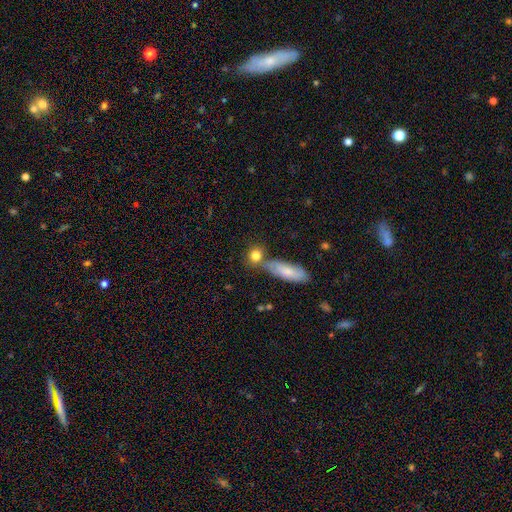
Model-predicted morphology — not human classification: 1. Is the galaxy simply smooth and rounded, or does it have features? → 81% smooth, 10% featured or disk, 8% star or artifact.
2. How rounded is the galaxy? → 69% round, 23% in between, 8% cigar-shaped.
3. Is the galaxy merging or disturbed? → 62% none, 23% merger, 11% minor disturbance, 4% major disturbance.